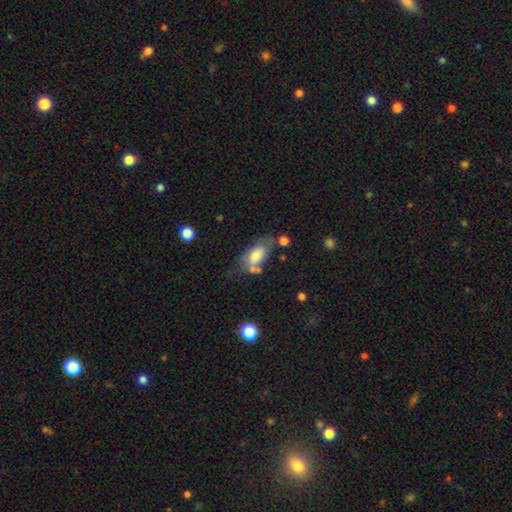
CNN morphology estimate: type=smooth (68%); roundness=in between (89%); merging=none (45%).